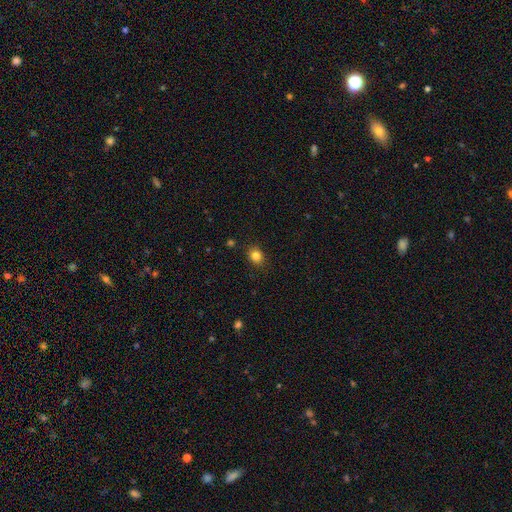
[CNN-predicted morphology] Q: Smooth or featured?
A: smooth (83%); runner-up: star or artifact (12%)
Q: How rounded?
A: round (64%); runner-up: in between (36%)
Q: Merging?
A: none (88%); runner-up: minor disturbance (9%)